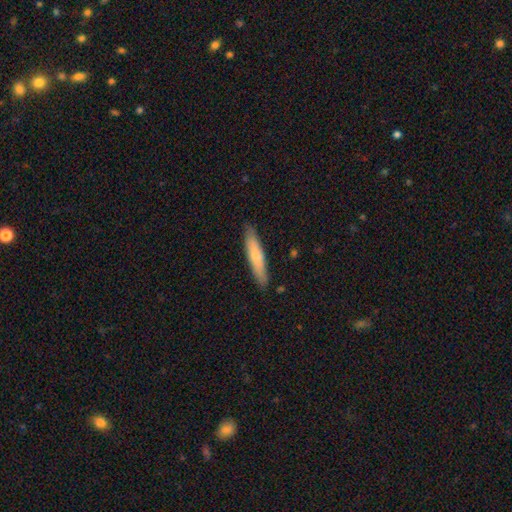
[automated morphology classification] A smooth galaxy with no disk features (71%) that is cigar-shaped (88%).

Vote fractions:
- Smooth or featured? smooth: 71% / featured or disk: 23% / star or artifact: 5%
- How rounded? cigar-shaped: 88% / in between: 11% / round: 1%
- Merging? none: 87% / minor disturbance: 10% / major disturbance: 2% / merger: 1%